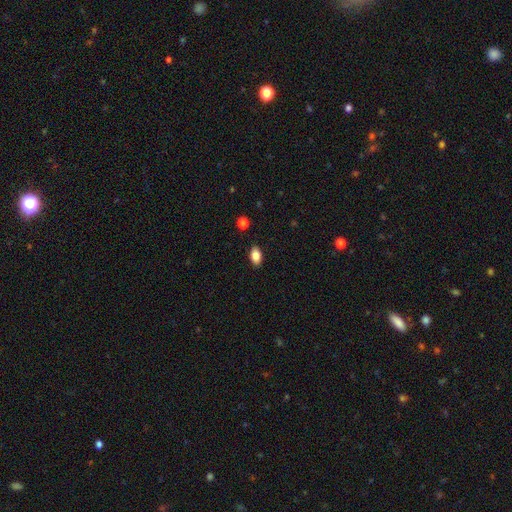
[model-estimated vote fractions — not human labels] Overall: smooth (85%). How rounded: in between (90%). Merging: none (88%).